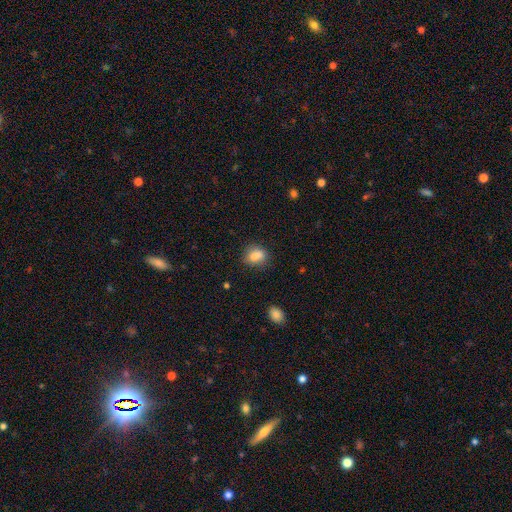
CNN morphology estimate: This appears to be a smooth galaxy with no disk features (80%) that is in between round and cigar-shaped (54%). Merging: none (65%).